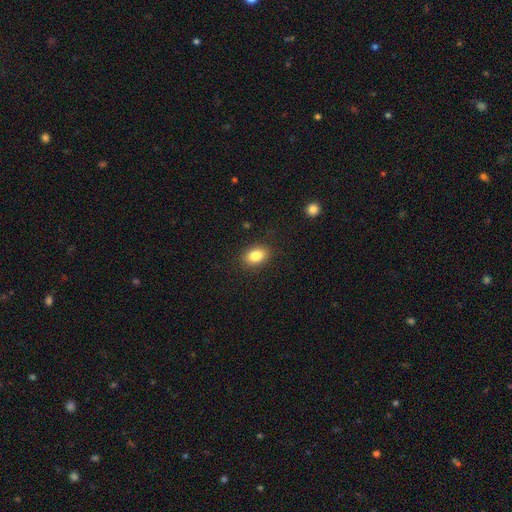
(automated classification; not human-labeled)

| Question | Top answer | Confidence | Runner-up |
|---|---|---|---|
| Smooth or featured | smooth | 84% | star or artifact (9%) |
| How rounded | in between | 78% | round (21%) |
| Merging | none | 88% | minor disturbance (9%) |